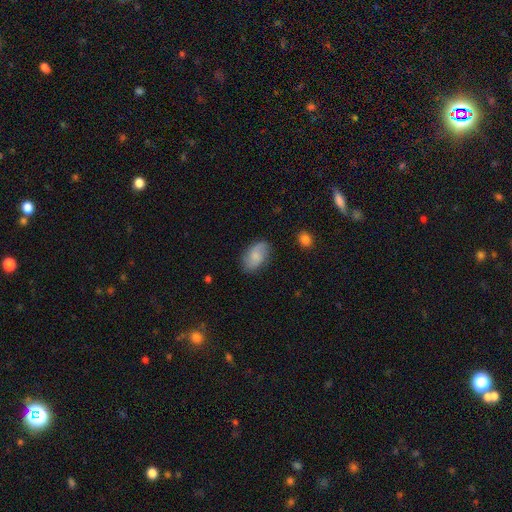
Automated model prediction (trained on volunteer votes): A smooth galaxy with no disk features (58%) that is in between round and cigar-shaped (91%).

Vote fractions:
- Smooth or featured? smooth: 58% / featured or disk: 34% / star or artifact: 8%
- How rounded? in between: 91% / round: 8% / cigar-shaped: 2%
- Merging? none: 77% / minor disturbance: 17% / major disturbance: 4% / merger: 2%